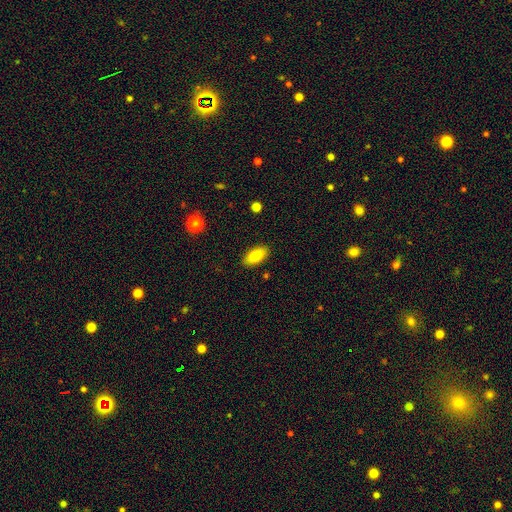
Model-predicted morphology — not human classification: The model was most divided on "smooth or featured": smooth: 82%, featured or disk: 11%, star or artifact: 7%. More confident: merging — none (88%); how rounded — in between (87%).